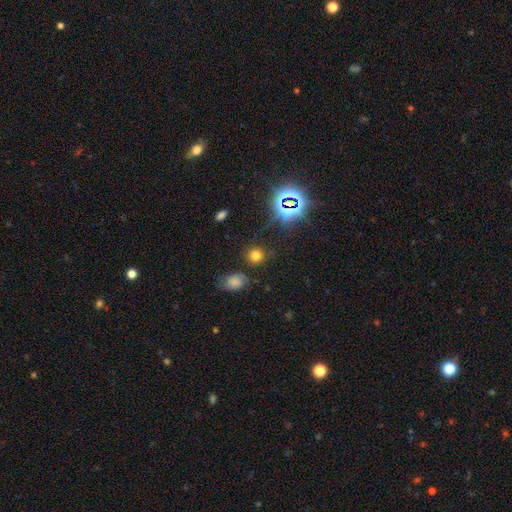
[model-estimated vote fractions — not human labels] smooth-or-featured: smooth: 67% | star or artifact: 26% | featured or disk: 7%
  how-rounded: round: 86% | in between: 13% | cigar-shaped: 1%
  merging: none: 82% | minor disturbance: 11% | major disturbance: 4% | merger: 3%